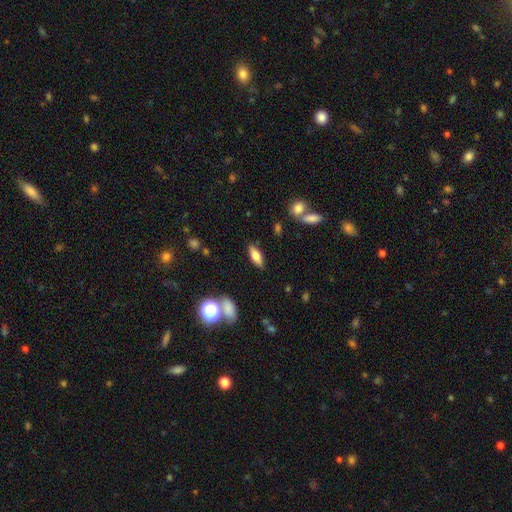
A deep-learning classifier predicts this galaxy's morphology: This is likely a smooth galaxy (70%). How rounded: likely in between (72%). Merging: clearly none (85%).